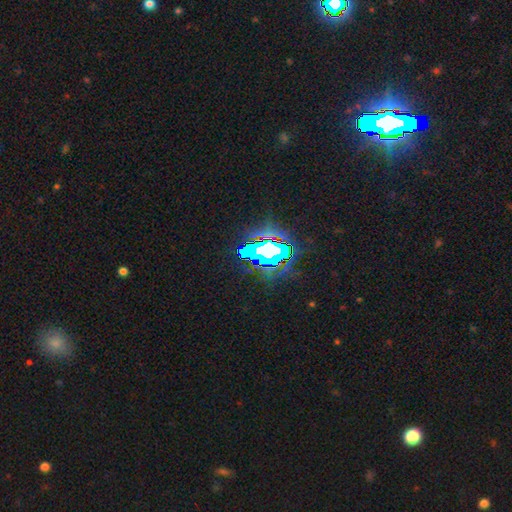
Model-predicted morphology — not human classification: Smooth or featured: star or artifact — 65% (featured or disk — 18%)